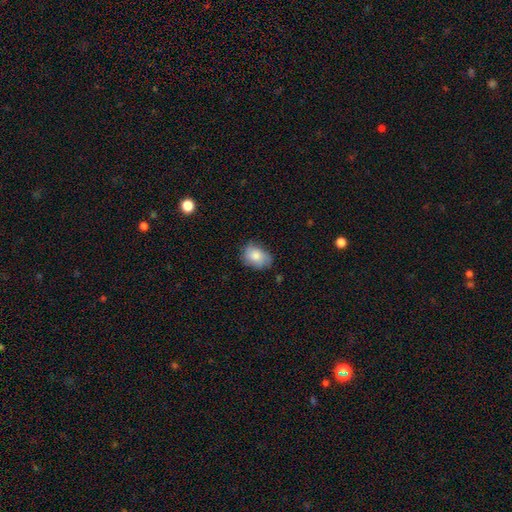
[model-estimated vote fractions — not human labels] Smooth or featured: smooth — 80% (featured or disk — 13%)
How rounded: in between — 72% (round — 27%)
Merging: none — 65% (minor disturbance — 28%)